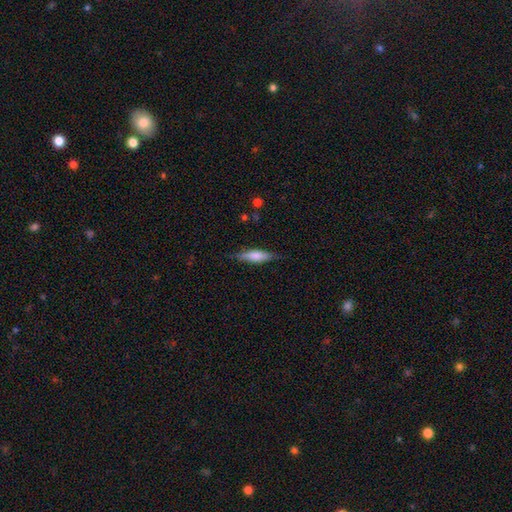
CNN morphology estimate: Q: Smooth or featured?
A: smooth (63%); runner-up: featured or disk (31%)
Q: How rounded?
A: cigar-shaped (62%); runner-up: in between (36%)
Q: Merging?
A: none (77%); runner-up: minor disturbance (17%)